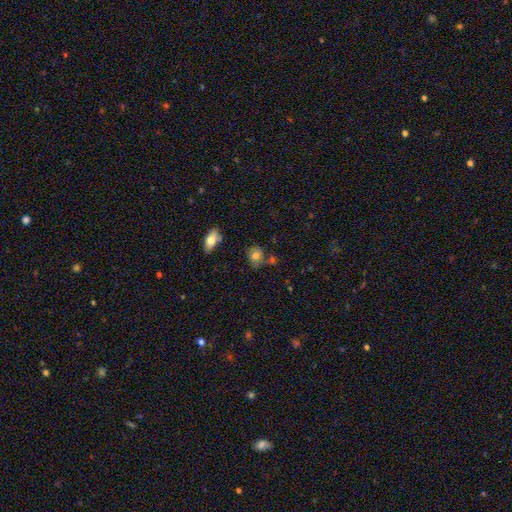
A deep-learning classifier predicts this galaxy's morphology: smooth_or_featured: smooth (p=0.72) [alt: featured or disk p=0.17]
how_rounded: round (p=0.57) [alt: in between p=0.41]
merging: none (p=0.59) [alt: minor disturbance p=0.21]